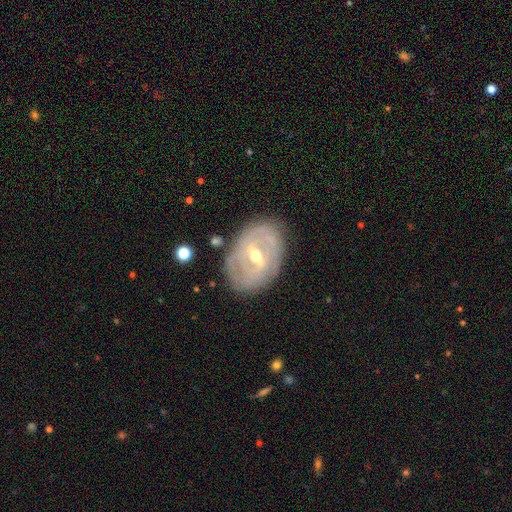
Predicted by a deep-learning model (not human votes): Smooth or featured? Predicted: featured or disk (p=0.81). Edge-on disk? Predicted: no (p=0.94). Bar? Predicted: weak (p=0.45). Spiral arms? Predicted: yes (p=0.77). Spiral winding? Predicted: tight (p=0.66). Spiral arm count? Predicted: can't tell (p=0.41). Bulge size? Predicted: moderate (p=0.59). Merging? Predicted: none (p=0.78).